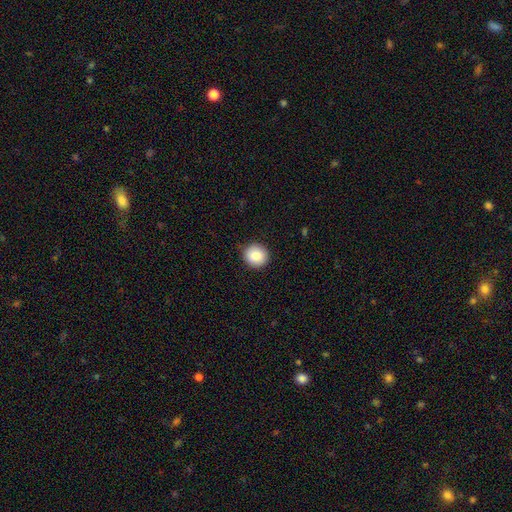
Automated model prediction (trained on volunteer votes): Q: Smooth or featured?
A: smooth (87%); runner-up: star or artifact (8%)
Q: How rounded?
A: round (92%); runner-up: in between (7%)
Q: Merging?
A: none (91%); runner-up: minor disturbance (6%)